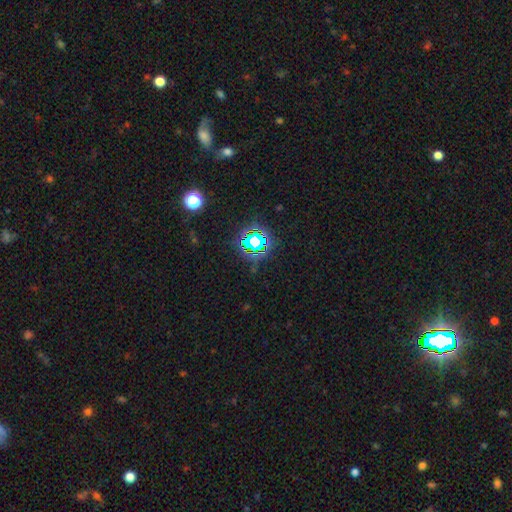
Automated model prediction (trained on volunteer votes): Q: Smooth or featured?
A: star or artifact (76%); runner-up: smooth (15%)